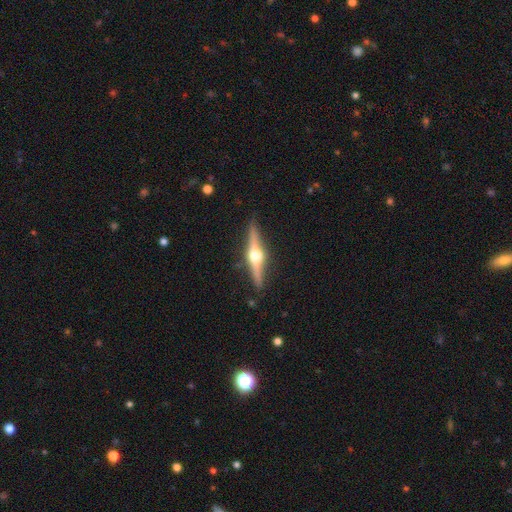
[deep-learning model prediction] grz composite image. It shows a featured or disk galaxy (80%) viewed edge-on (98%) with a rounded central bulge (96%). Merging: none (90%).